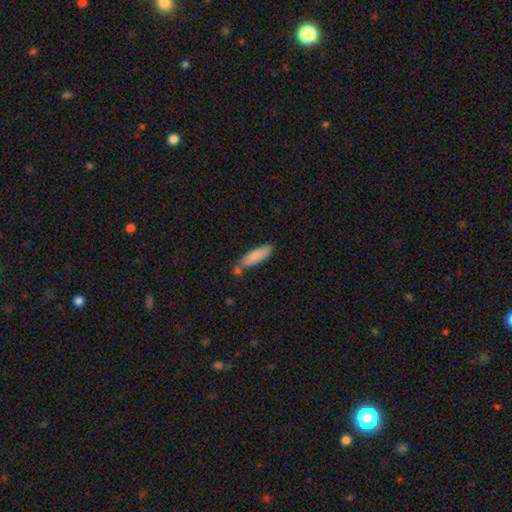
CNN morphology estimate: Smooth or featured?
  - smooth: 82% *
  - featured or disk: 12%
  - star or artifact: 6%
How rounded?
  - cigar-shaped: 66% *
  - in between: 32%
  - round: 1%
Merging?
  - none: 62% *
  - minor disturbance: 19%
  - merger: 15%
  - major disturbance: 4%